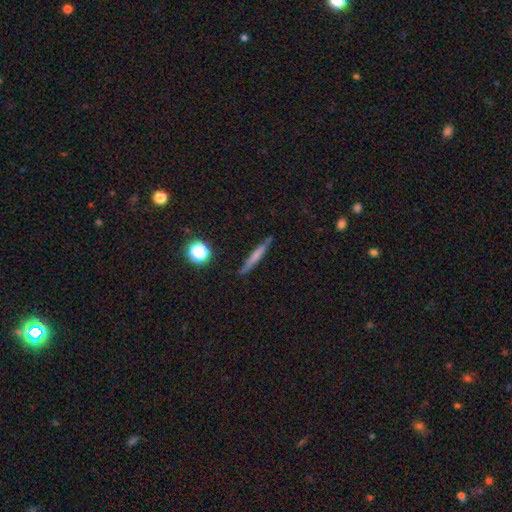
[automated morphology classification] Smooth or featured? Predicted: smooth (p=0.54). How rounded? Predicted: cigar-shaped (p=0.92). Merging? Predicted: none (p=0.84).